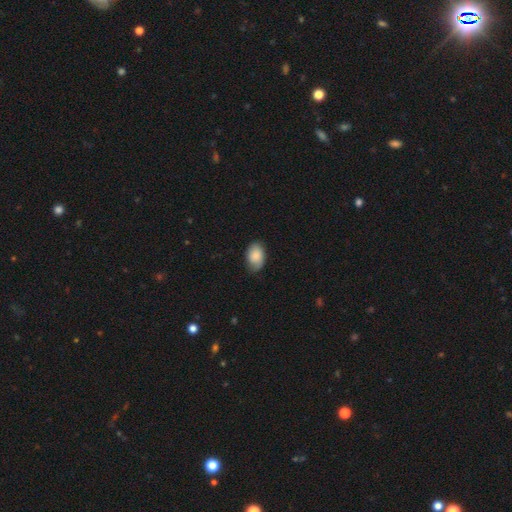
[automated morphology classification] Smooth or featured? Predicted: smooth (p=0.84). How rounded? Predicted: in between (p=0.87). Merging? Predicted: none (p=0.74).